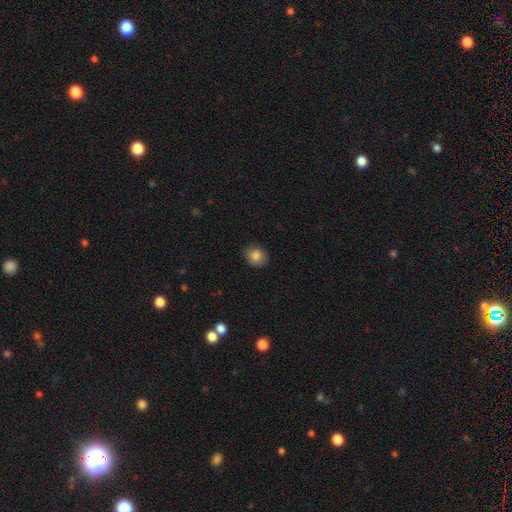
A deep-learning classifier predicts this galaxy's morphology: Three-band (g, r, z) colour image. It shows a smooth galaxy with no disk features (83%) that is round (64%). Merging: none (86%).